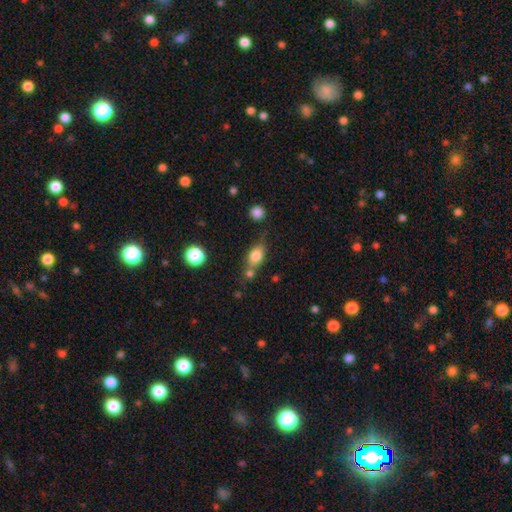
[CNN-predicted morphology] The model was most divided on "merging": none: 55%, merger: 20%, minor disturbance: 19%, major disturbance: 7%. More confident: smooth or featured — smooth (76%); how rounded — in between (76%).